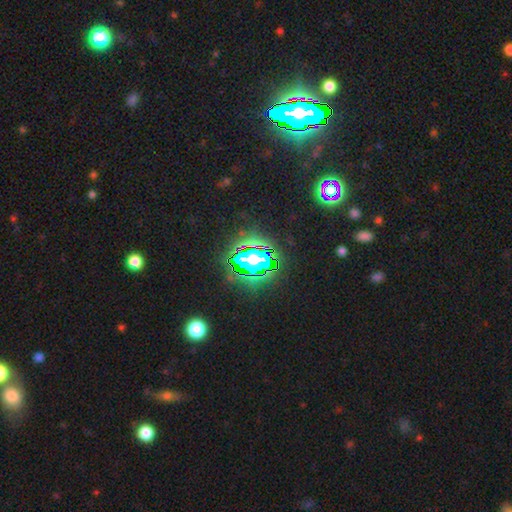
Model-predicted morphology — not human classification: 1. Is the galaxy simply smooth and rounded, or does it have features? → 80% star or artifact, 12% smooth, 8% featured or disk.